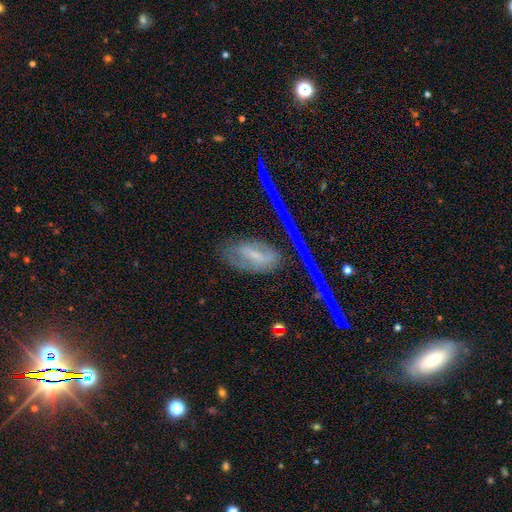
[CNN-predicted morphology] The model was most divided on "smooth or featured": featured or disk: 51%, smooth: 36%, star or artifact: 13%. More confident: edge-on disk — no (88%); merging — none (57%).